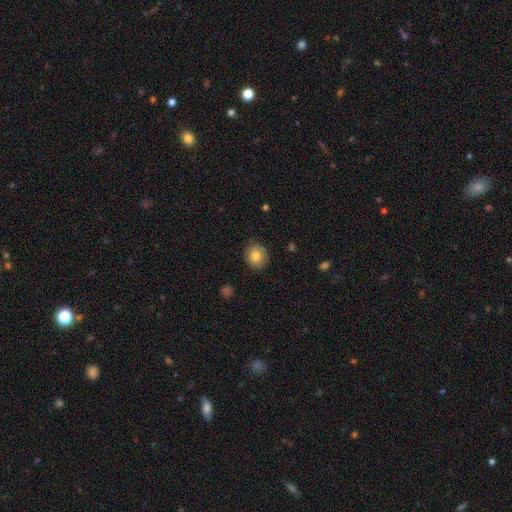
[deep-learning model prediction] Smooth or featured? Predicted: smooth (p=0.81). How rounded? Predicted: round (p=0.79). Merging? Predicted: none (p=0.85).